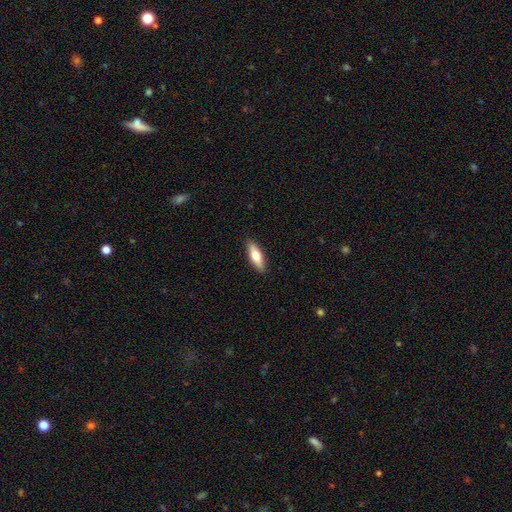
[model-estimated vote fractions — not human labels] smooth-or-featured: smooth: 70% | featured or disk: 24% | star or artifact: 6%
  how-rounded: in between: 52% | cigar-shaped: 46% | round: 2%
  merging: none: 89% | minor disturbance: 8% | major disturbance: 2% | merger: 1%